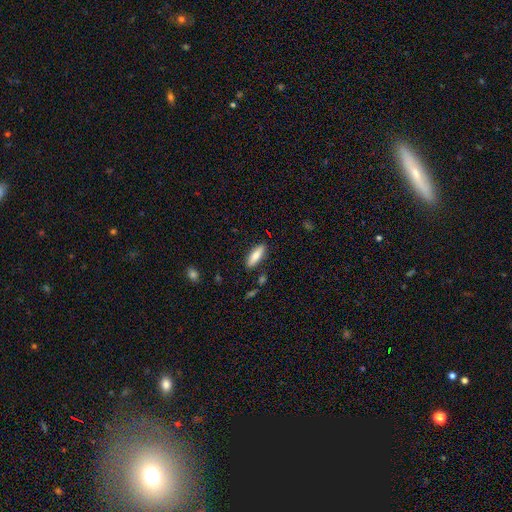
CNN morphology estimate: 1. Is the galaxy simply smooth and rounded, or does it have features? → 72% smooth, 22% featured or disk, 6% star or artifact.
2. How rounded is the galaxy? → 49% cigar-shaped (tied), 49% in between (tied), 2% round.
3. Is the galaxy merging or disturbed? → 87% none, 9% minor disturbance, 2% merger, 2% major disturbance.